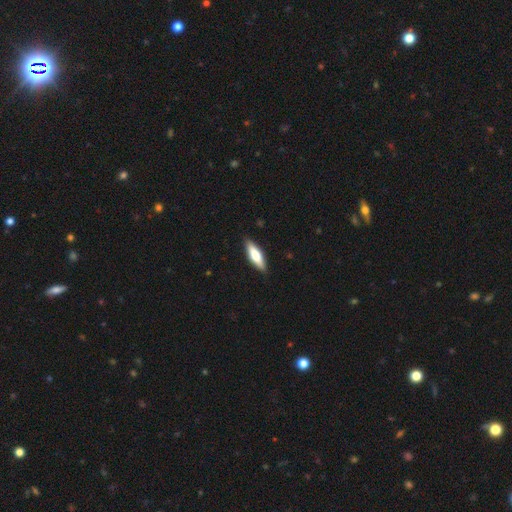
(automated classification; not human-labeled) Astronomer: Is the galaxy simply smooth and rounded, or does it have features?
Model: smooth — 63%.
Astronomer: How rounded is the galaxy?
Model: cigar-shaped — 51% (runner-up: in between, 47%).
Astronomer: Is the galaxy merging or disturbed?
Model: none — 89%.